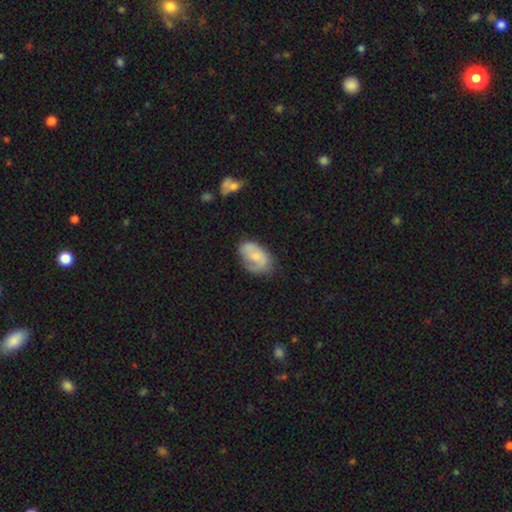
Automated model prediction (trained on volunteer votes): smooth-or-featured: featured or disk: 48% | smooth: 45% | star or artifact: 7%
  merging: none: 53% | minor disturbance: 30% | major disturbance: 14% | merger: 2%